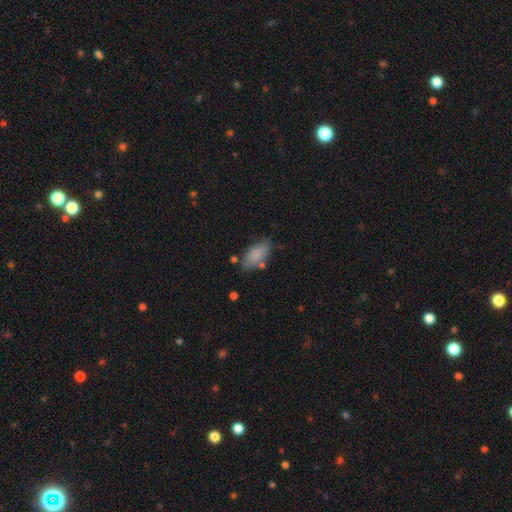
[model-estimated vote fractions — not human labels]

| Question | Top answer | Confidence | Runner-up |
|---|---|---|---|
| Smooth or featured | smooth | 84% | featured or disk (8%) |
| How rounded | in between | 91% | cigar-shaped (7%) |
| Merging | none | 71% | minor disturbance (18%) |